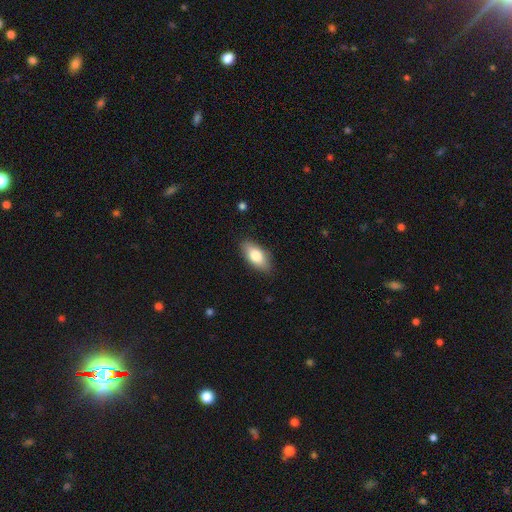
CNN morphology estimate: Smooth or featured? smooth (80%)
How rounded? in between (89%)
Merging? none (85%)